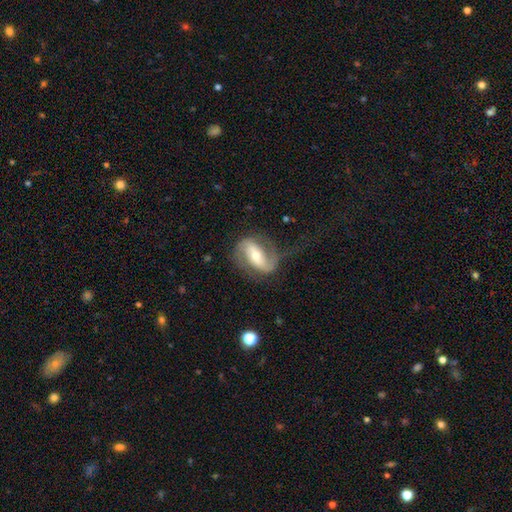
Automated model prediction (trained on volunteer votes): smooth_or_featured: featured or disk (p=0.78) [alt: smooth p=0.16]
disk_edge_on: no (p=0.95) [alt: yes p=0.05]
bar: strong (p=0.43) [alt: weak p=0.32]
has_spiral_arms: yes (p=0.91) [alt: no p=0.09]
spiral_winding: medium (p=0.41) [alt: loose p=0.40]
spiral_arm_count: 2 (p=0.82) [alt: 1 p=0.09]
bulge_size: moderate (p=0.58) [alt: small p=0.35]
merging: none (p=0.58) [alt: minor disturbance p=0.20]